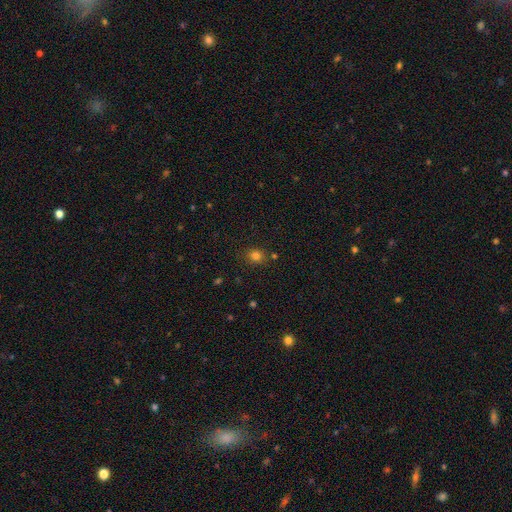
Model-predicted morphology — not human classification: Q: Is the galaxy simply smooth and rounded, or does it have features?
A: smooth — 79%.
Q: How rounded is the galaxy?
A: round — 74%.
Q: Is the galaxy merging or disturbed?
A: none — 80%.